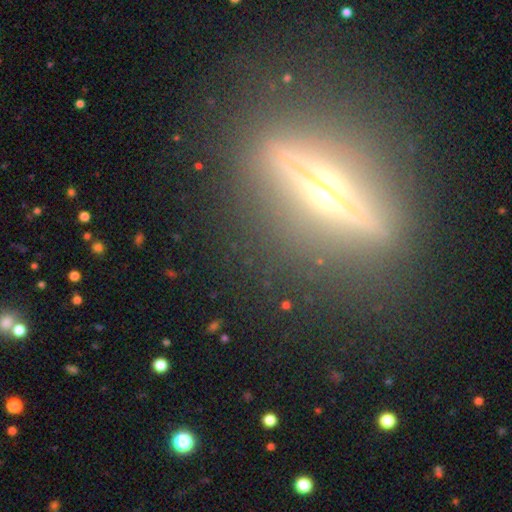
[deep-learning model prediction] The model was most divided on "smooth or featured": featured or disk: 76%, smooth: 12%, star or artifact: 12%. More confident: edge-on disk — yes (91%); edge-on bulge — rounded (91%); merging — none (83%).